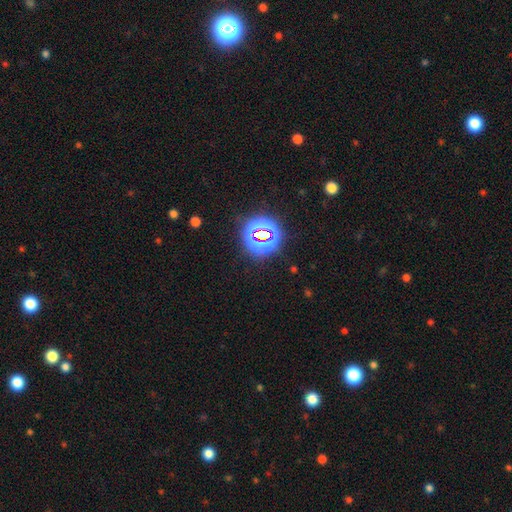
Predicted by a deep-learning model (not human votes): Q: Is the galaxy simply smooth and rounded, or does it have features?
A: star or artifact — 81%.